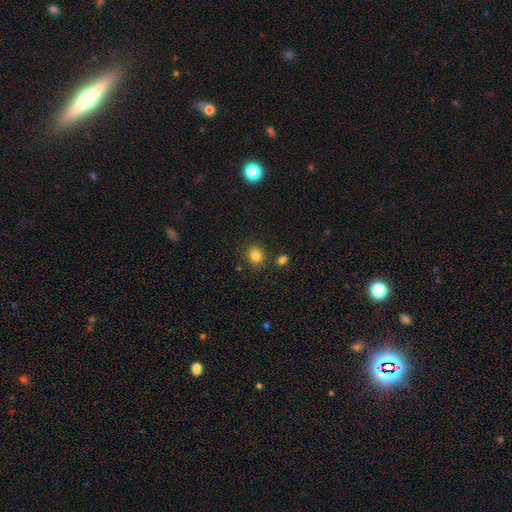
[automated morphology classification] smooth_or_featured: smooth (p=0.83) [alt: star or artifact p=0.12]
how_rounded: round (p=0.82) [alt: in between p=0.17]
merging: none (p=0.84) [alt: minor disturbance p=0.08]